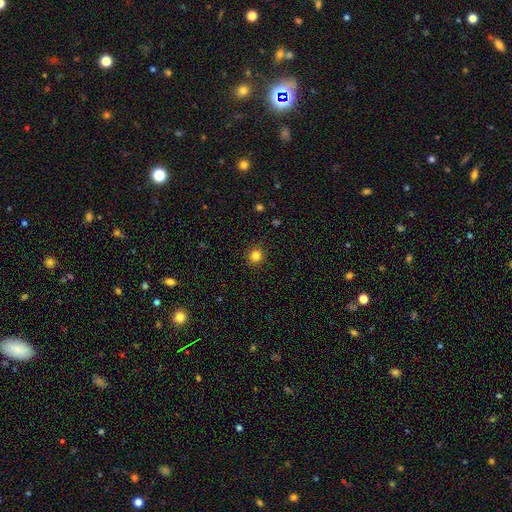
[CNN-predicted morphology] Smooth or featured: smooth — 83% (star or artifact — 13%)
How rounded: round — 91% (in between — 8%)
Merging: none — 91% (minor disturbance — 6%)